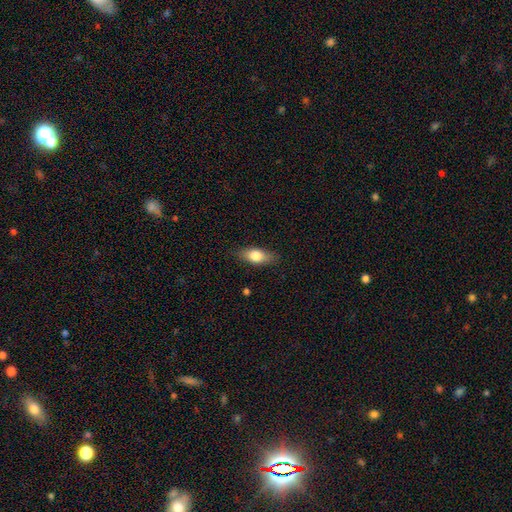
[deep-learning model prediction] smooth_or_featured: smooth (p=0.72) [alt: featured or disk p=0.21]
how_rounded: in between (p=0.77) [alt: cigar-shaped p=0.18]
merging: none (p=0.84) [alt: minor disturbance p=0.12]